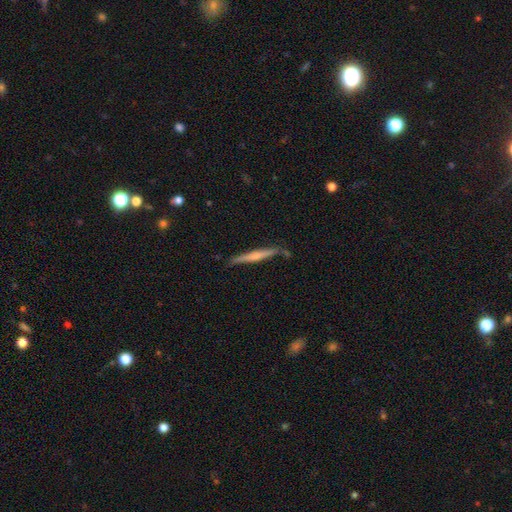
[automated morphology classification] A featured or disk galaxy (52%) viewed edge-on (97%) with a rounded central bulge (43%). Merging: none (82%).